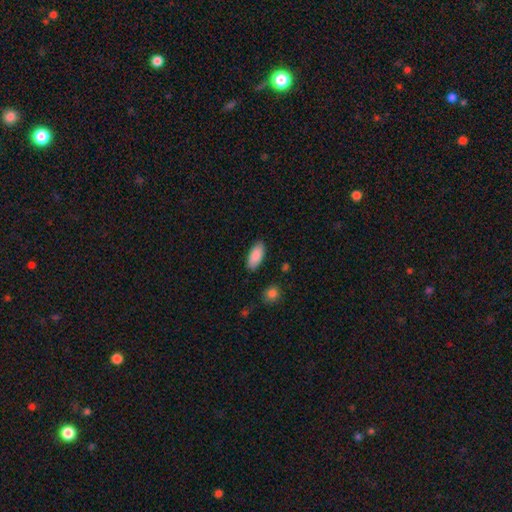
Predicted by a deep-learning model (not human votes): Overall: smooth (89%). How rounded: in between (87%). Merging: none (86%).